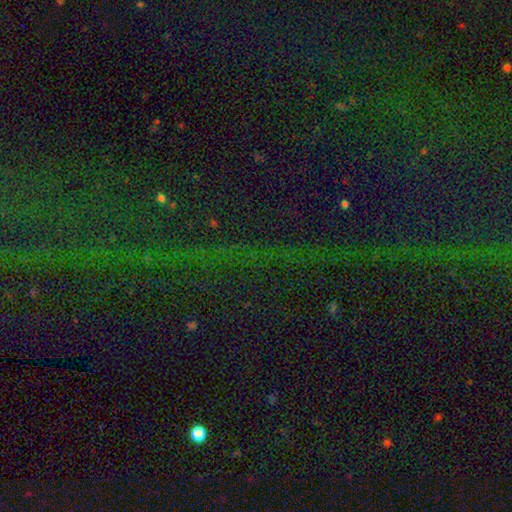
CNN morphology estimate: smooth-or-featured: star or artifact: 82% | smooth: 9% | featured or disk: 8%